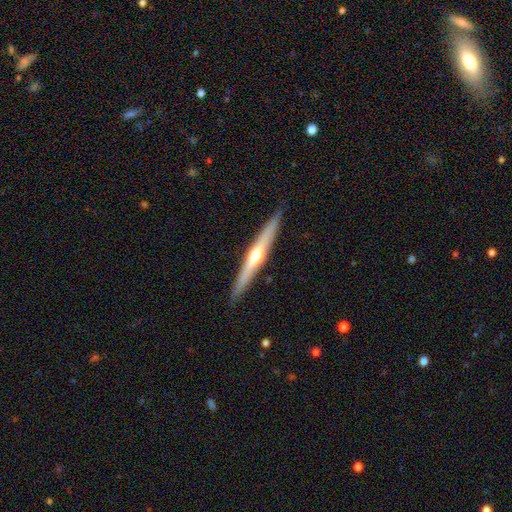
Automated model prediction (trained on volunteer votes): Smooth or featured? Predicted: featured or disk (p=0.67). Edge-on disk? Predicted: yes (p=0.97). Edge-on bulge? Predicted: rounded (p=0.83). Merging? Predicted: none (p=0.91).